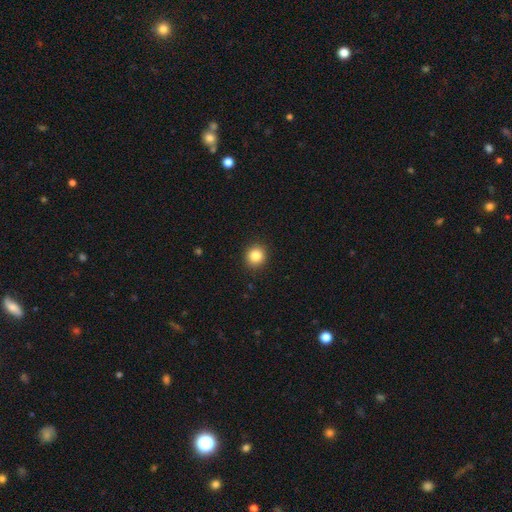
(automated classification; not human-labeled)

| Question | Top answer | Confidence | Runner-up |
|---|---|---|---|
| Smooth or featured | smooth | 85% | star or artifact (10%) |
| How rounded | round | 89% | in between (10%) |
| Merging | none | 91% | minor disturbance (6%) |